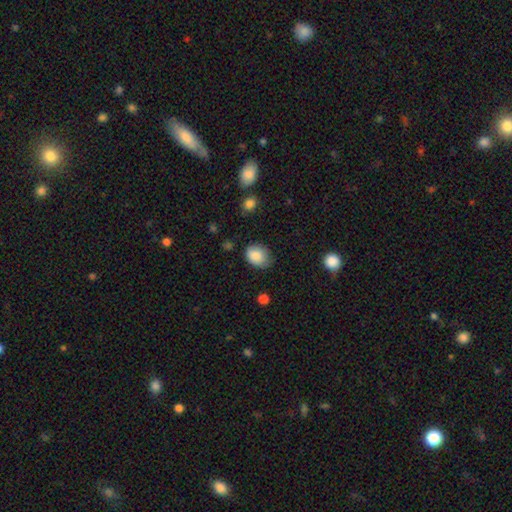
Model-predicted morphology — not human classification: Smooth or featured? smooth (87%)
How rounded? in between (57%)
Merging? none (63%)